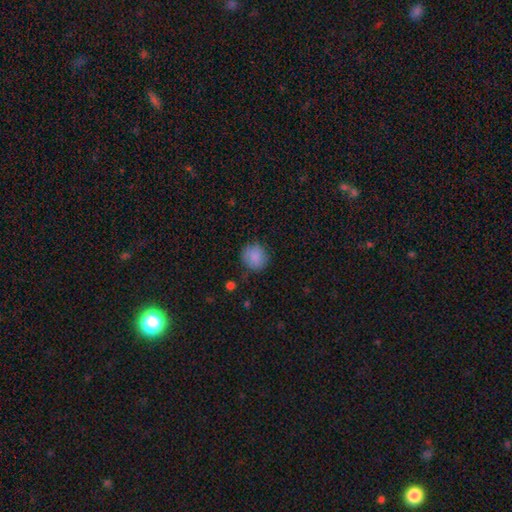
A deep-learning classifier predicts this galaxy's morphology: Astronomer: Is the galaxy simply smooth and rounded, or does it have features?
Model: smooth — 86%.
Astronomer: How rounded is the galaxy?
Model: round — 88%.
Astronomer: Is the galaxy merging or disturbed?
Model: none — 80%.